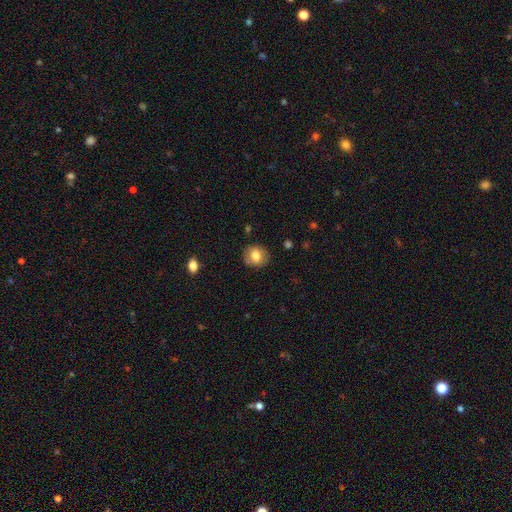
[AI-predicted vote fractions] A smooth galaxy with no disk features (76%) that is round (76%). Merging: none (83%).